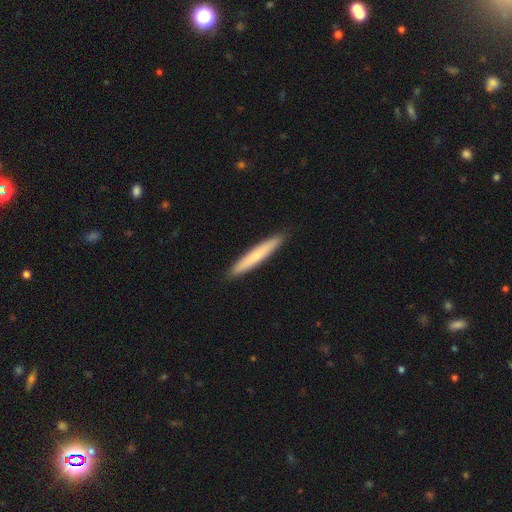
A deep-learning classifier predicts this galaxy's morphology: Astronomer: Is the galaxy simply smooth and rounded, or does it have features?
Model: smooth — 68%.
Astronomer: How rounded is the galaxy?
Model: cigar-shaped — 96%.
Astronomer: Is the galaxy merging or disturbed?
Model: none — 92%.